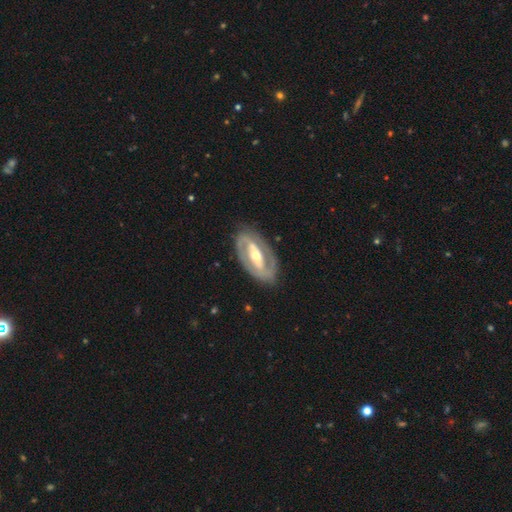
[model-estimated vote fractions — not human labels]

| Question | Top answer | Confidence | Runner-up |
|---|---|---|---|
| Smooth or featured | featured or disk | 83% | smooth (13%) |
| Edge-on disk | no | 93% | yes (7%) |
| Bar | strong | 55% | weak (25%) |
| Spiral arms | yes | 72% | no (28%) |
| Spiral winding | tight | 49% | medium (37%) |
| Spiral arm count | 2 | 82% | can't tell (10%) |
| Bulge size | moderate | 67% | small (26%) |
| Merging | none | 82% | minor disturbance (12%) |